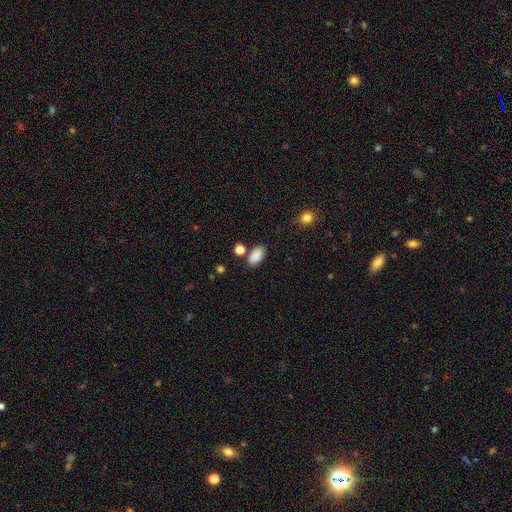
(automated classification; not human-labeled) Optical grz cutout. It shows a smooth galaxy with no disk features (87%) that is in between round and cigar-shaped (92%). Merging: none (76%).